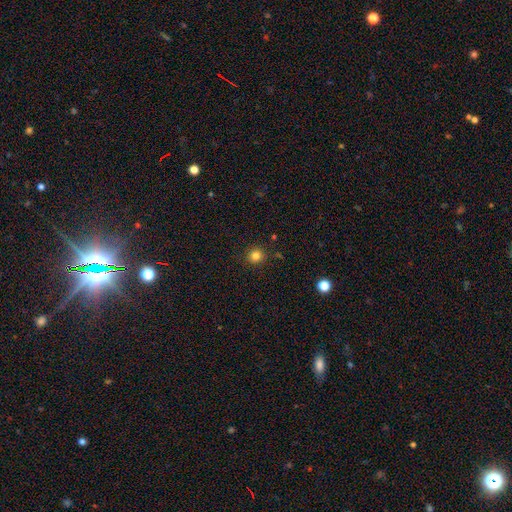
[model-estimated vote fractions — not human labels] Smooth or featured? Predicted: smooth (p=0.82). How rounded? Predicted: round (p=0.93). Merging? Predicted: none (p=0.90).